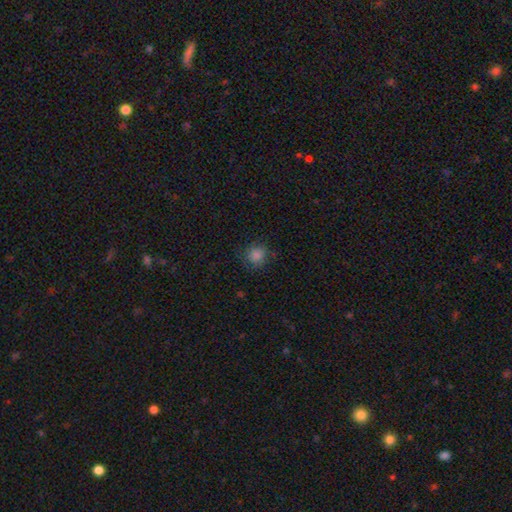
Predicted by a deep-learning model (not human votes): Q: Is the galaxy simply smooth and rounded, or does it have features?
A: smooth — 83%.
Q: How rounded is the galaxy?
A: round — 88%.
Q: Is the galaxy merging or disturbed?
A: none — 81%.